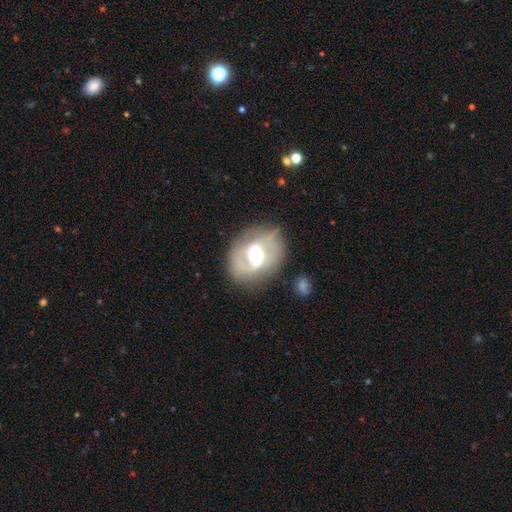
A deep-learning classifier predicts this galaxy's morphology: Smooth or featured?
  - featured or disk: 79% *
  - smooth: 15%
  - star or artifact: 6%
Edge-on disk?
  - no: 97% *
  - yes: 3%
Bar?
  - weak: 51% *
  - strong: 25%
  - no: 24%
Spiral arms?
  - yes: 88% *
  - no: 12%
Spiral winding?
  - medium: 49% *
  - loose: 31%
  - tight: 20%
Spiral arm count?
  - 2: 85% *
  - can't tell: 6%
  - 1: 5%
  - 3: 2%
  - 4: 1%
  - more than 4: 1%
Bulge size?
  - moderate: 61% *
  - large: 26%
  - small: 10%
  - dominant: 2%
  - none: 1%
Merging?
  - none: 71% *
  - minor disturbance: 18%
  - major disturbance: 9%
  - merger: 2%